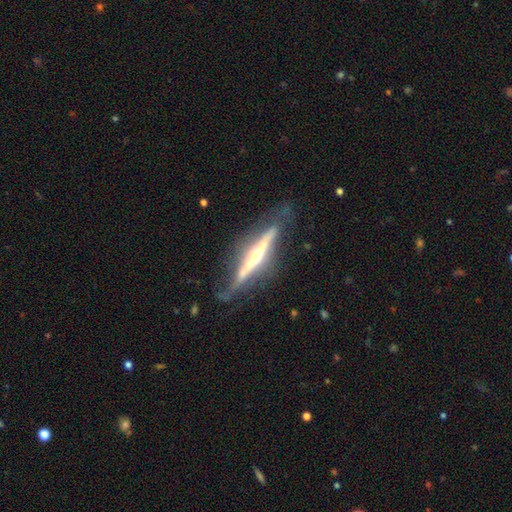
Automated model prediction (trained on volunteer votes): A featured or disk galaxy (83%) viewed edge-on (91%) with a rounded central bulge (84%). Merging: none (72%).